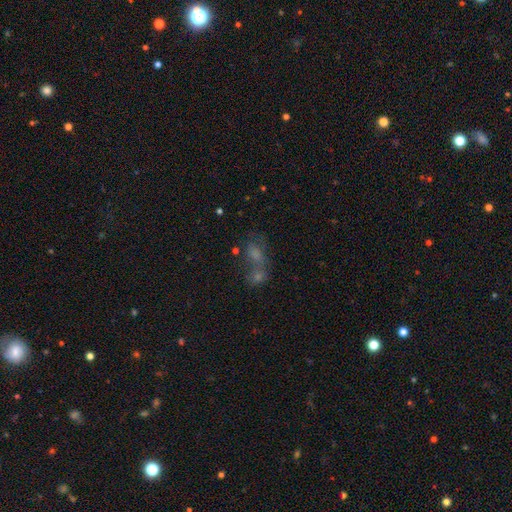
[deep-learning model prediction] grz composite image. It shows a smooth galaxy with no disk features (49%). Merging: merger (49%).